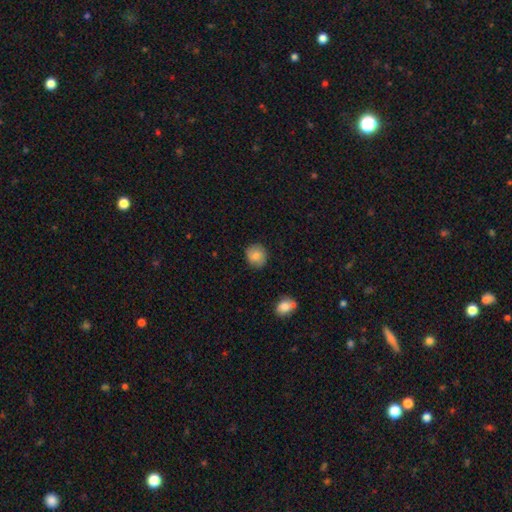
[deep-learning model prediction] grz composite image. It shows a smooth galaxy with no disk features (81%) that is round (85%). Merging: none (85%).